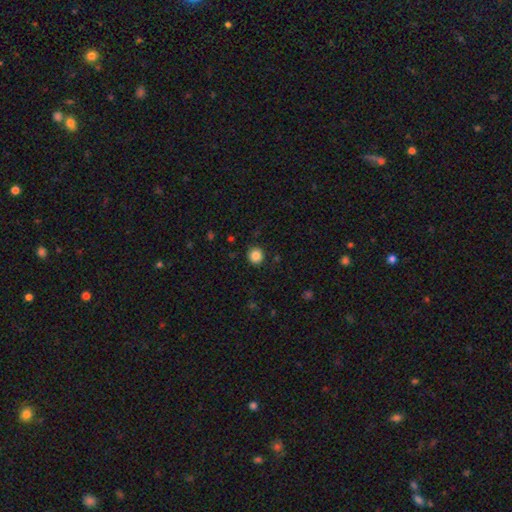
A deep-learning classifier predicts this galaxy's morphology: Overall: smooth (86%). How rounded: round (94%). Merging: none (90%).